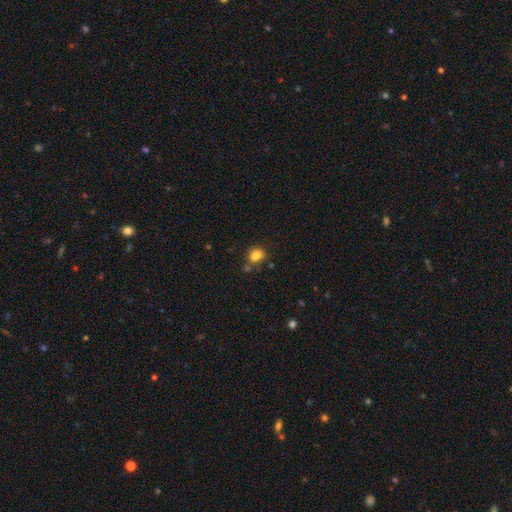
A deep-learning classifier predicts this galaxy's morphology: Smooth or featured?
  - smooth: 79% *
  - star or artifact: 12%
  - featured or disk: 9%
How rounded?
  - in between: 52% *
  - round: 47%
  - cigar-shaped: 1%
Merging?
  - none: 54% *
  - merger: 21%
  - minor disturbance: 18%
  - major disturbance: 6%